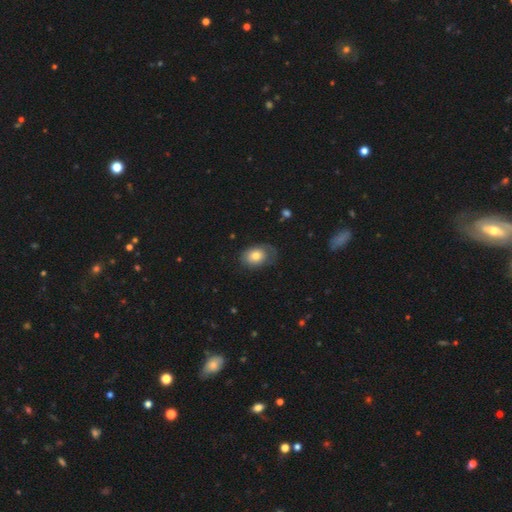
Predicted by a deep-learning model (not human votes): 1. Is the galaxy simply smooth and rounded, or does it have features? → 73% smooth, 19% featured or disk, 8% star or artifact.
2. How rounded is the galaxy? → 77% in between, 22% round, 1% cigar-shaped.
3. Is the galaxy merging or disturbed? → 61% none, 27% minor disturbance, 11% major disturbance, 1% merger.